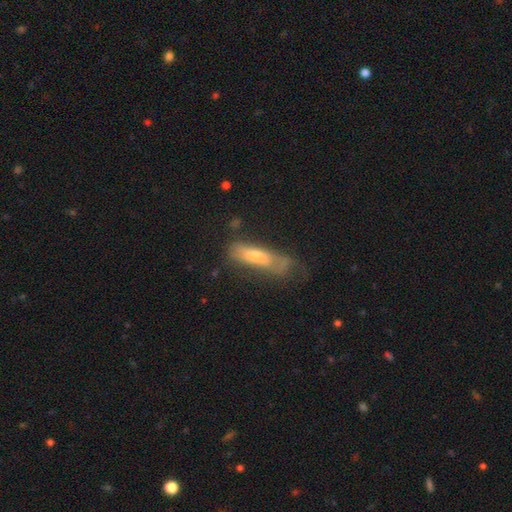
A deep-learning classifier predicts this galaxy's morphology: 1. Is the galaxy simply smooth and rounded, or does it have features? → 52% smooth, 39% featured or disk, 9% star or artifact.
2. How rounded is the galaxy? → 63% cigar-shaped, 35% in between, 2% round.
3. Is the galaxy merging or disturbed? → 39% none, 29% minor disturbance, 26% major disturbance, 6% merger.